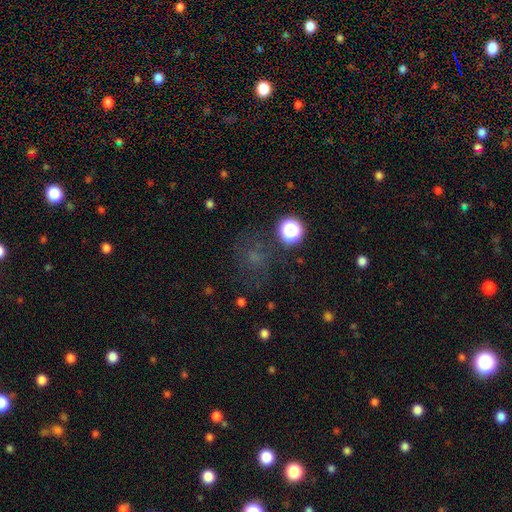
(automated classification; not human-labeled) Smooth or featured? smooth (47%)
Merging? none (66%)